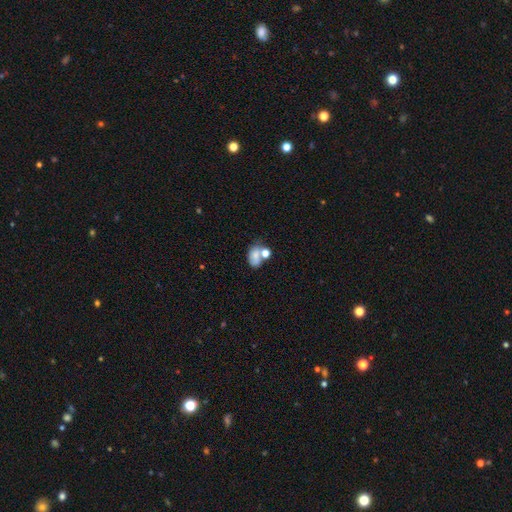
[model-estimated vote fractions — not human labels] smooth_or_featured: smooth (p=0.70) [alt: featured or disk p=0.17]
how_rounded: in between (p=0.77) [alt: round p=0.22]
merging: merger (p=0.39) [alt: none p=0.35]